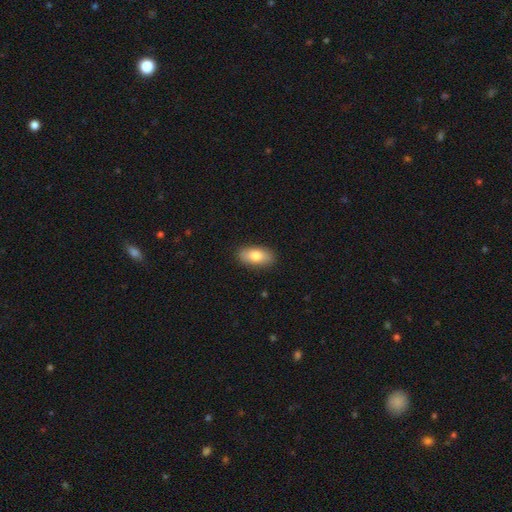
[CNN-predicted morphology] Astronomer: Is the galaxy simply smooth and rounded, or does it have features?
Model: smooth — 80%.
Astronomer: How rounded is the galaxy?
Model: in between — 91%.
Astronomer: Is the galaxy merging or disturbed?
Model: none — 88%.